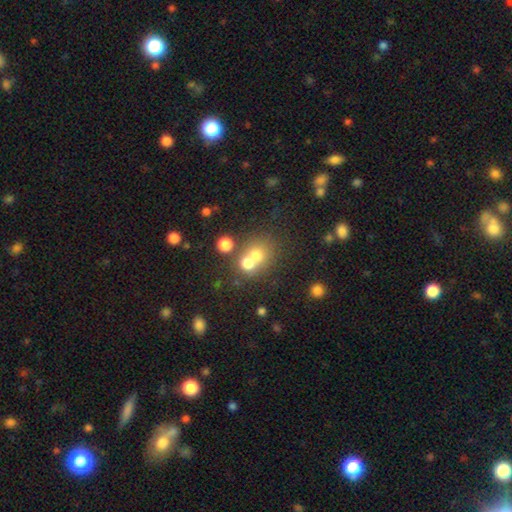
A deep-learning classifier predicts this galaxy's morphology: Q: Smooth or featured?
A: smooth (67%); runner-up: featured or disk (16%)
Q: How rounded?
A: round (76%); runner-up: in between (23%)
Q: Merging?
A: merger (51%); runner-up: none (38%)